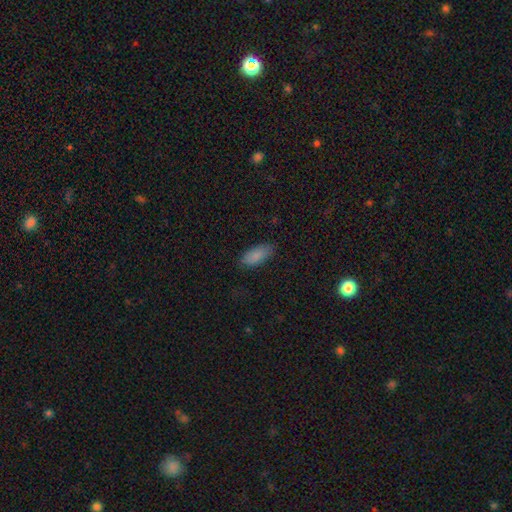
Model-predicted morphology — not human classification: This is clearly a smooth galaxy (86%). How rounded: clearly in between (87%). Merging: likely none (77%).